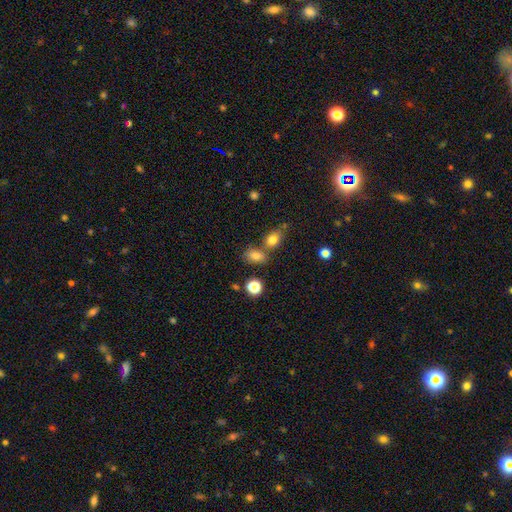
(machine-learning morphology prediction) type=smooth (77%); roundness=in between (80%); merging=none (56%).